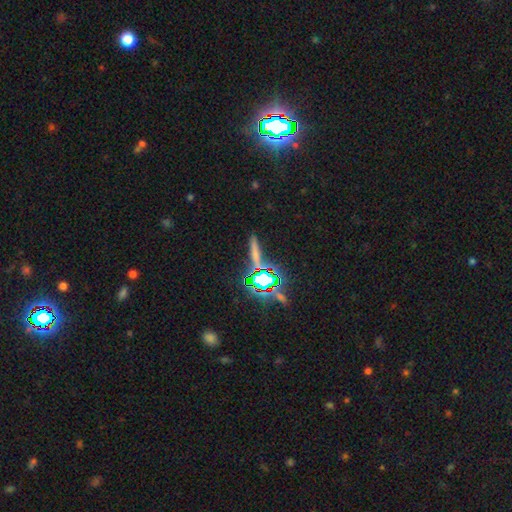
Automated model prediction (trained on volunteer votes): Morphology: type=smooth (42%); merging=none (78%).